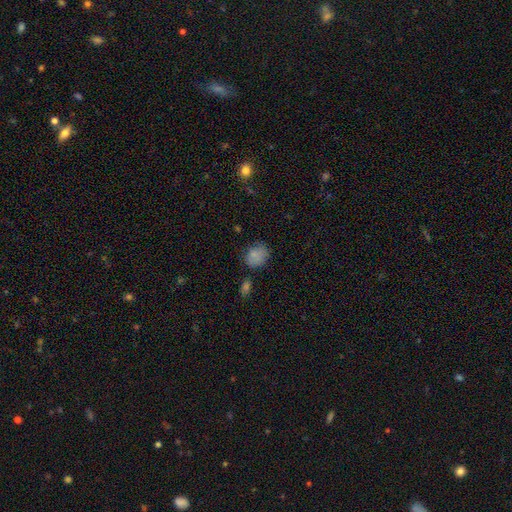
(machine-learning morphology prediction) smooth_or_featured: smooth (p=0.81) [alt: star or artifact p=0.11]
how_rounded: in between (p=0.56) [alt: round p=0.43]
merging: none (p=0.63) [alt: minor disturbance p=0.24]